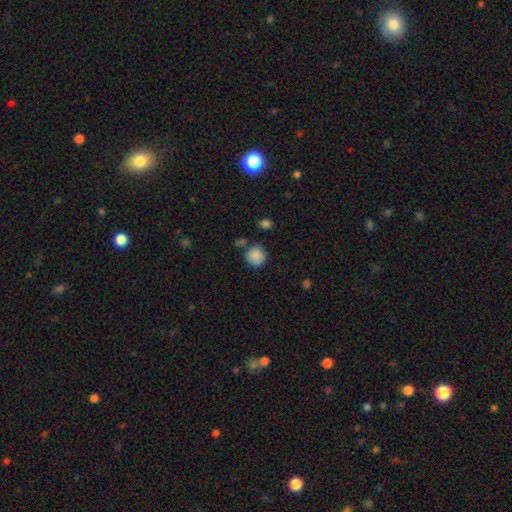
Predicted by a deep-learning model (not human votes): Smooth or featured? smooth (86%)
How rounded? round (89%)
Merging? none (72%)